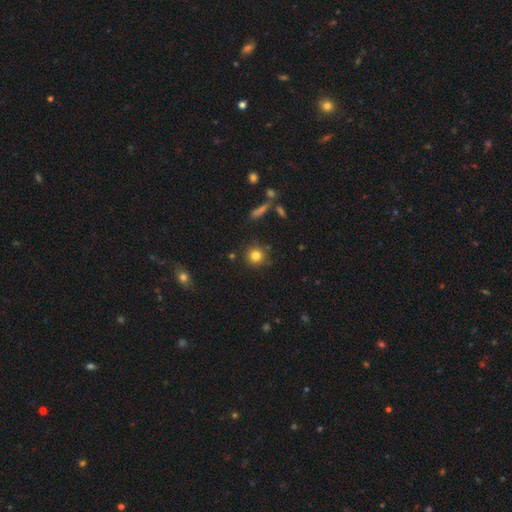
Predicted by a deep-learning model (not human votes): This is clearly a smooth galaxy (82%). How rounded: clearly round (92%). Merging: clearly none (85%).